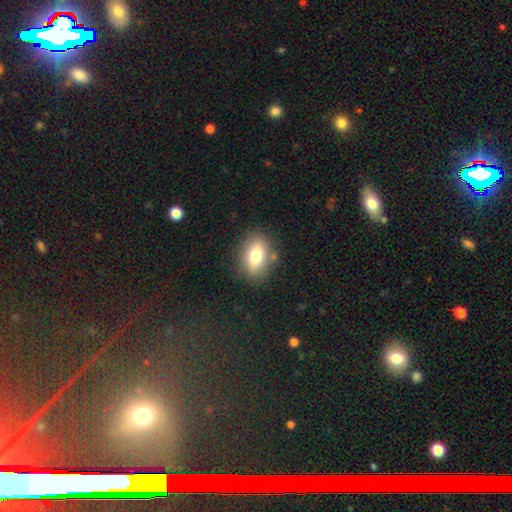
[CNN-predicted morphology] Smooth or featured? Predicted: smooth (p=0.74). How rounded? Predicted: in between (p=0.81). Merging? Predicted: none (p=0.81).